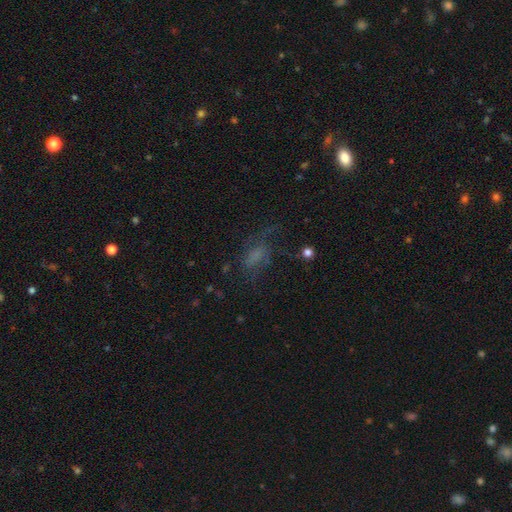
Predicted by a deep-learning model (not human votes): Morphology: type=smooth (40%); merging=none (43%).